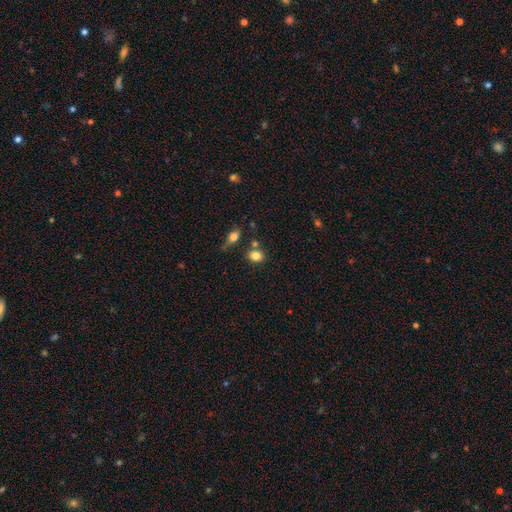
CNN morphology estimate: A smooth galaxy with no disk features (82%) that is round (52%).

Vote fractions:
- Smooth or featured? smooth: 82% / star or artifact: 10% / featured or disk: 8%
- How rounded? round: 52% / in between: 46% / cigar-shaped: 2%
- Merging? none: 69% / merger: 14% / minor disturbance: 13% / major disturbance: 4%